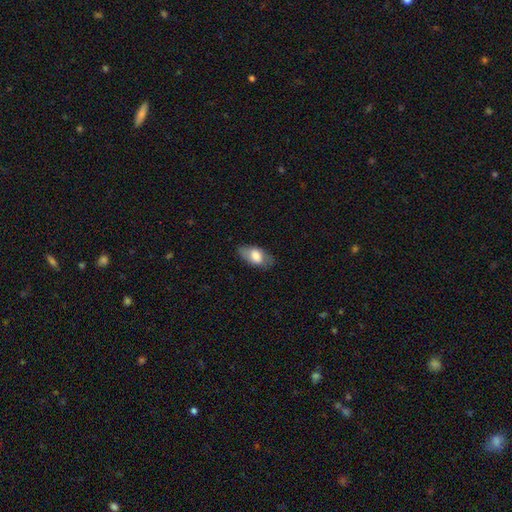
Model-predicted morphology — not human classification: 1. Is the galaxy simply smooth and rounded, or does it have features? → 70% smooth, 24% featured or disk, 7% star or artifact.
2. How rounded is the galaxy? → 90% in between, 5% round, 5% cigar-shaped.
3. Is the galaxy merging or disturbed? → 73% none, 20% minor disturbance, 6% major disturbance, 1% merger.